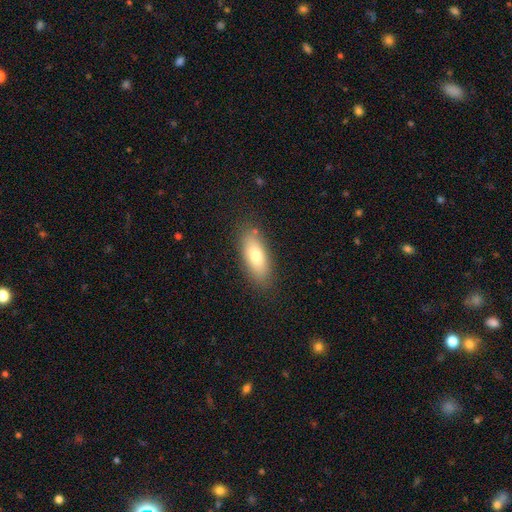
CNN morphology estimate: This is likely a smooth galaxy (76%). How rounded: likely in between (77%). Merging: clearly none (84%).